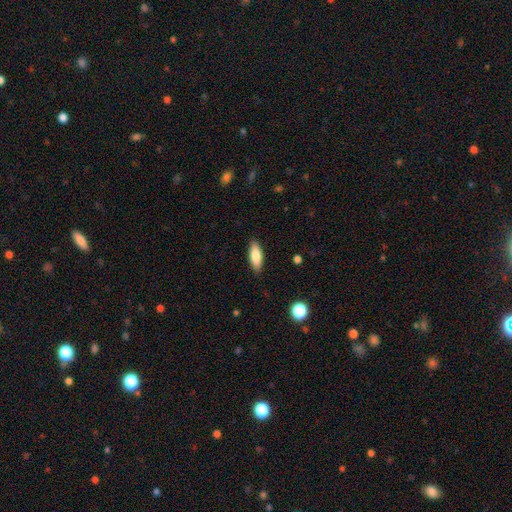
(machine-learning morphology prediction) smooth-or-featured: smooth: 82% | featured or disk: 12% | star or artifact: 6%
  how-rounded: in between: 68% | cigar-shaped: 30% | round: 2%
  merging: none: 88% | minor disturbance: 9% | major disturbance: 2% | merger: 1%